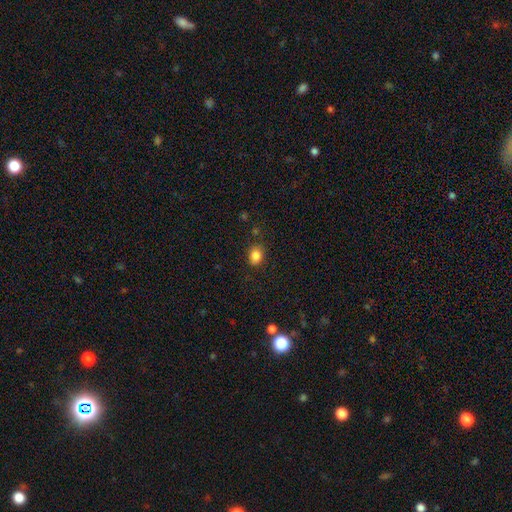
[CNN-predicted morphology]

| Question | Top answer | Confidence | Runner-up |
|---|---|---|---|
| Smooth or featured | smooth | 85% | star or artifact (10%) |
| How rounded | in between | 57% | round (42%) |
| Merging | none | 82% | minor disturbance (12%) |